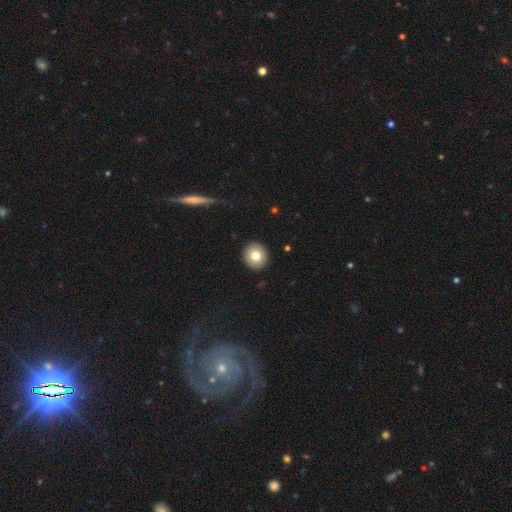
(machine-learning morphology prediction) A smooth galaxy with no disk features (78%) that is round (91%). Merging: none (92%).